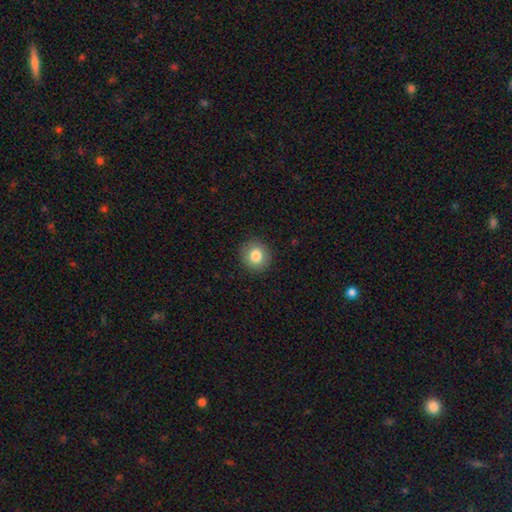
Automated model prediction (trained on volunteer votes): Smooth or featured?
  - smooth: 82% *
  - star or artifact: 10%
  - featured or disk: 8%
How rounded?
  - round: 87% *
  - in between: 12%
  - cigar-shaped: 1%
Merging?
  - none: 90% *
  - minor disturbance: 7%
  - major disturbance: 2%
  - merger: 1%